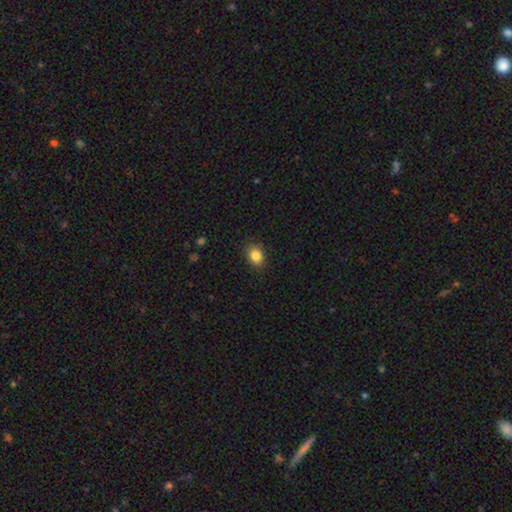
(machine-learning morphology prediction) Q: Smooth or featured?
A: smooth (86%); runner-up: star or artifact (9%)
Q: How rounded?
A: in between (65%); runner-up: round (34%)
Q: Merging?
A: none (87%); runner-up: minor disturbance (9%)